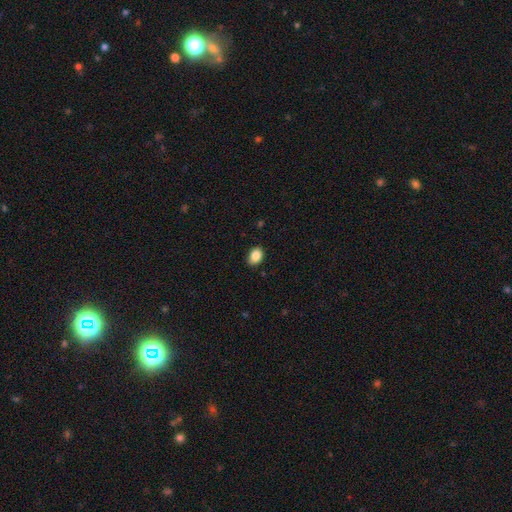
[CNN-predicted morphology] type=smooth (88%); roundness=in between (76%); merging=none (88%).